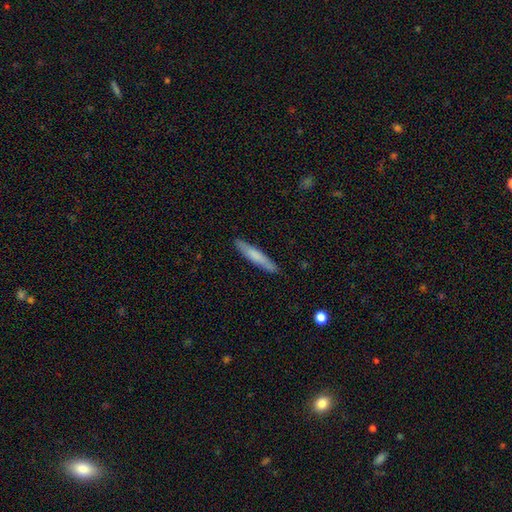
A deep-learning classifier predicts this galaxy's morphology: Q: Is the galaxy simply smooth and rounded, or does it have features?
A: smooth — 70%.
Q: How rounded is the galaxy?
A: cigar-shaped — 92%.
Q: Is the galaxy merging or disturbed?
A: none — 89%.